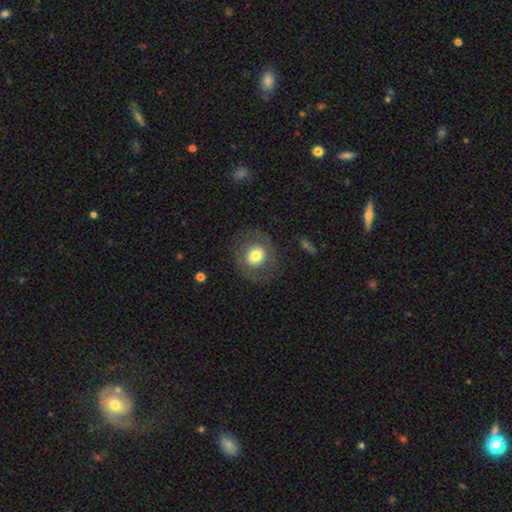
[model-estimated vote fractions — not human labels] A smooth galaxy with no disk features (60%) that is round (79%). Merging: none (78%).